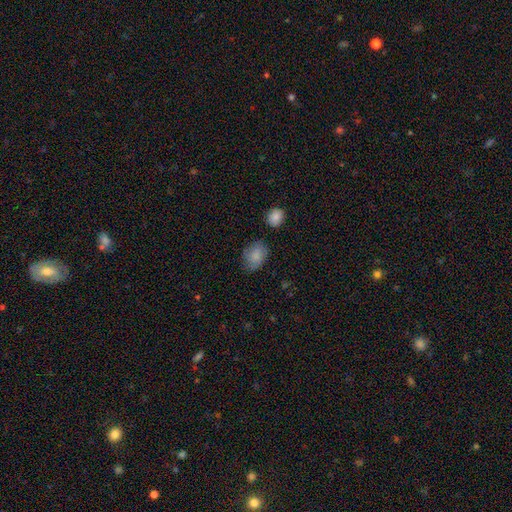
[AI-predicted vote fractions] Overall: smooth (84%). How rounded: in between (70%). Merging: none (69%).